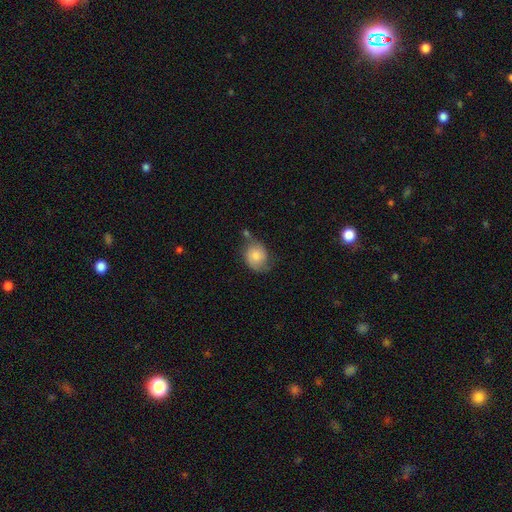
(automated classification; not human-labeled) Morphology: type=smooth (66%); roundness=round (63%); merging=none (49%).